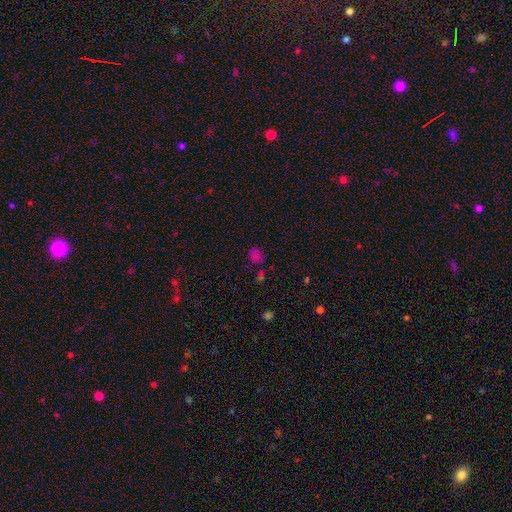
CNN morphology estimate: Smooth or featured? Predicted: smooth (p=0.59). How rounded? Predicted: round (p=0.61). Merging? Predicted: none (p=0.68).